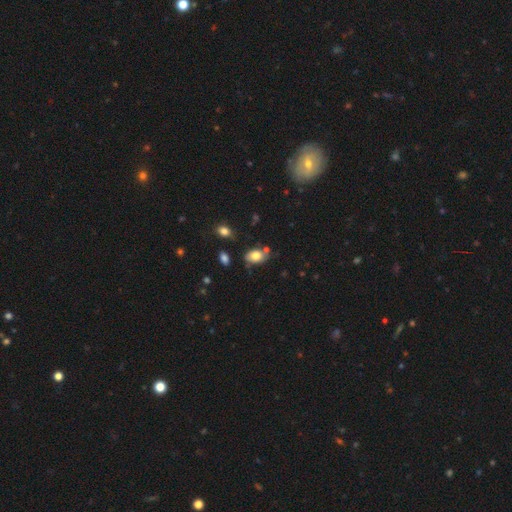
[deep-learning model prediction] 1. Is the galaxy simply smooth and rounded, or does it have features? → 79% smooth, 12% featured or disk, 9% star or artifact.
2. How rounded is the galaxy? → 84% in between, 15% round, 1% cigar-shaped.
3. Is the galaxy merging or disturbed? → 68% none, 19% minor disturbance, 9% merger, 4% major disturbance.